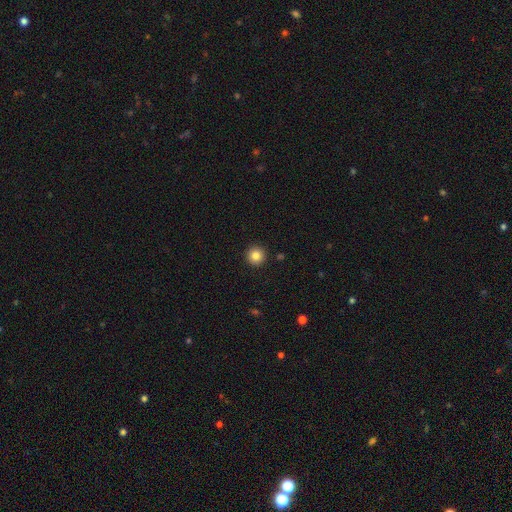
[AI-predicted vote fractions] smooth_or_featured: smooth (p=0.84) [alt: star or artifact p=0.10]
how_rounded: round (p=0.96) [alt: in between p=0.03]
merging: none (p=0.93) [alt: minor disturbance p=0.04]